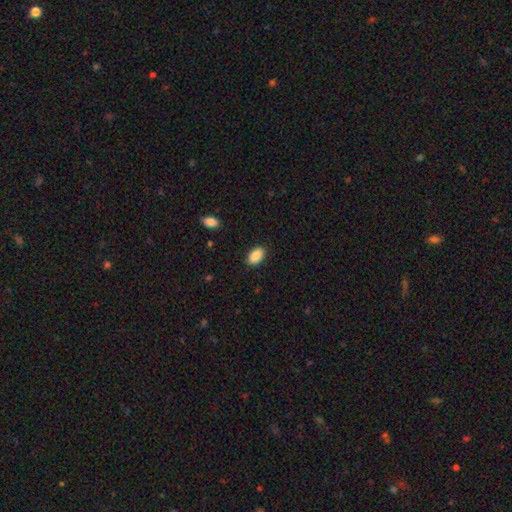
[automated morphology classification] Smooth or featured?
  - smooth: 90% *
  - star or artifact: 7%
  - featured or disk: 3%
How rounded?
  - in between: 92% *
  - round: 6%
  - cigar-shaped: 2%
Merging?
  - none: 88% *
  - minor disturbance: 9%
  - major disturbance: 2%
  - merger: 1%